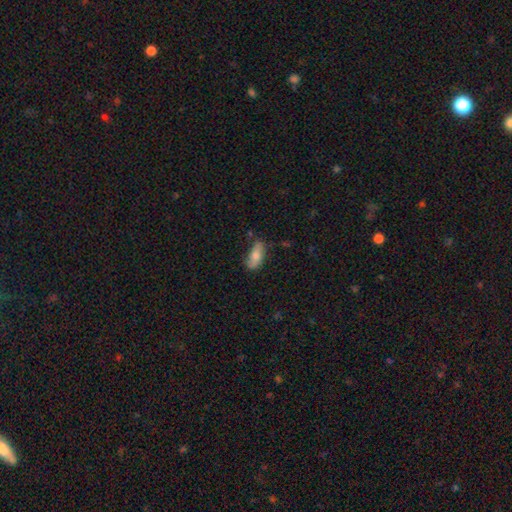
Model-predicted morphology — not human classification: Smooth or featured: smooth — 72% (featured or disk — 21%)
How rounded: in between — 81% (cigar-shaped — 16%)
Merging: none — 65% (minor disturbance — 25%)